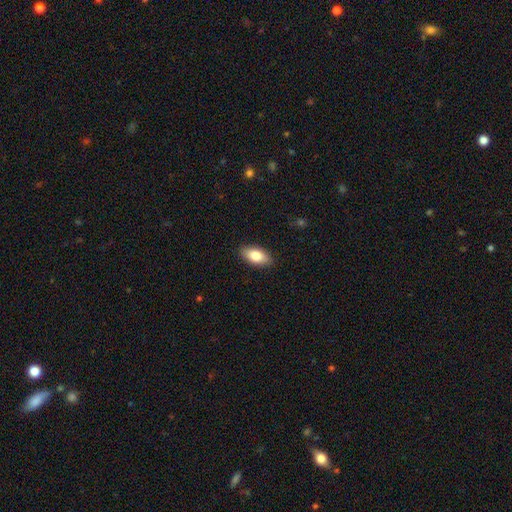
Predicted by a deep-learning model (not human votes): Morphology: type=smooth (81%); roundness=in between (92%); merging=none (89%).